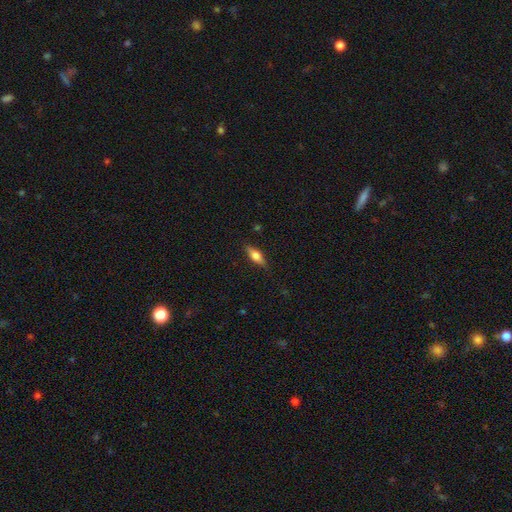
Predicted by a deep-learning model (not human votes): This is possibly a smooth galaxy (52%). How rounded: possibly in between (56%). Merging: clearly none (83%).